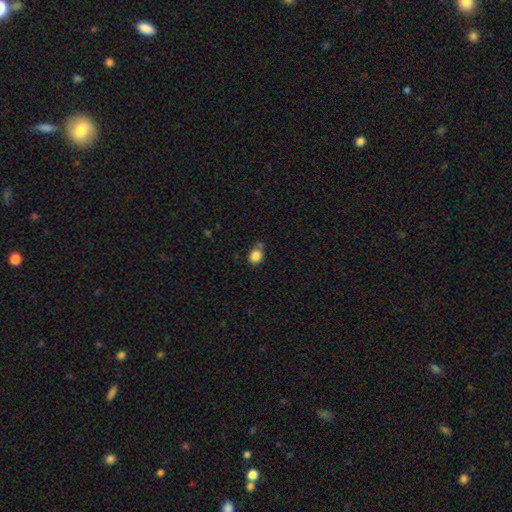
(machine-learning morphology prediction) type=smooth (85%); roundness=round (64%); merging=none (64%).